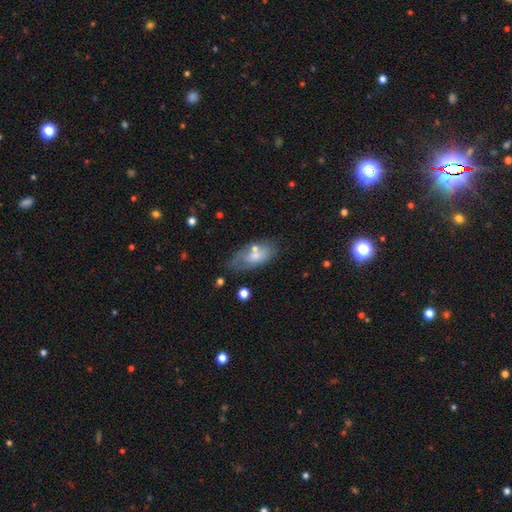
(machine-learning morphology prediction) Smooth or featured?
  - smooth: 56% *
  - featured or disk: 33%
  - star or artifact: 11%
How rounded?
  - in between: 85% *
  - cigar-shaped: 10%
  - round: 4%
Merging?
  - none: 54% *
  - minor disturbance: 25%
  - merger: 10%
  - major disturbance: 10%